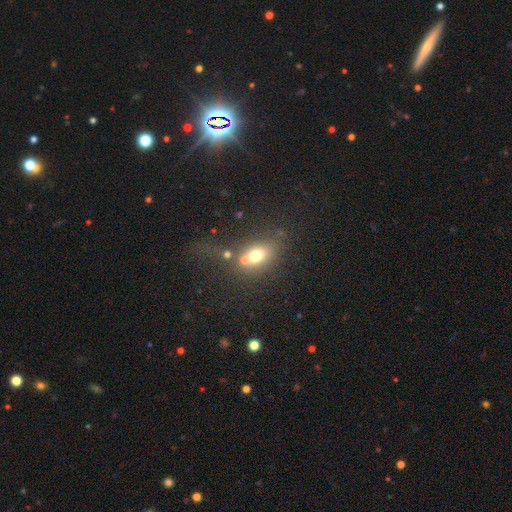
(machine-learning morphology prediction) Smooth or featured?
  - smooth: 67% *
  - featured or disk: 19%
  - star or artifact: 15%
How rounded?
  - in between: 62% *
  - round: 35%
  - cigar-shaped: 3%
Merging?
  - none: 44% *
  - merger: 29%
  - minor disturbance: 14%
  - major disturbance: 12%